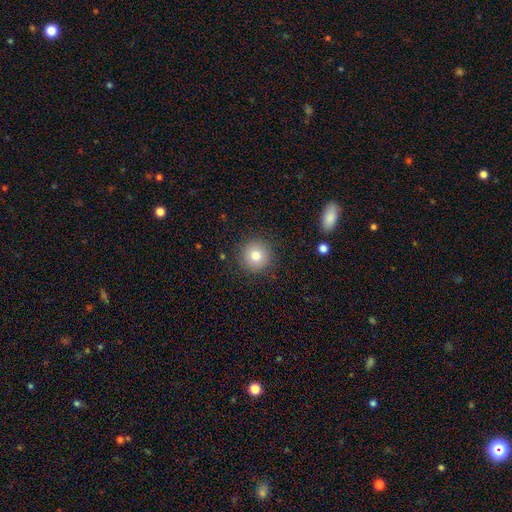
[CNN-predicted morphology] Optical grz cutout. It shows a smooth galaxy with no disk features (80%) that is round (95%). Merging: none (89%).